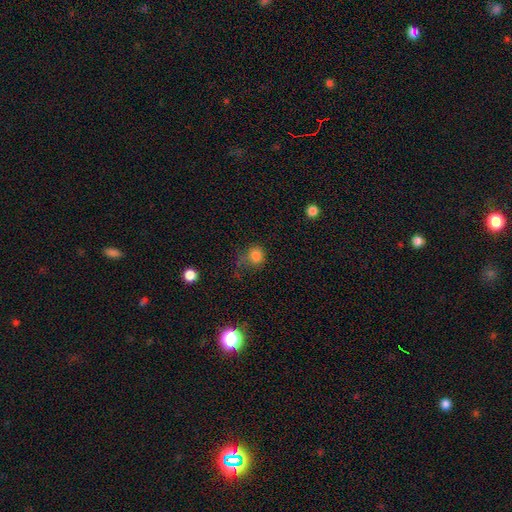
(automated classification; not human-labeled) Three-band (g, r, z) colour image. It shows a smooth galaxy with no disk features (80%) that is round (80%). Merging: none (51%).